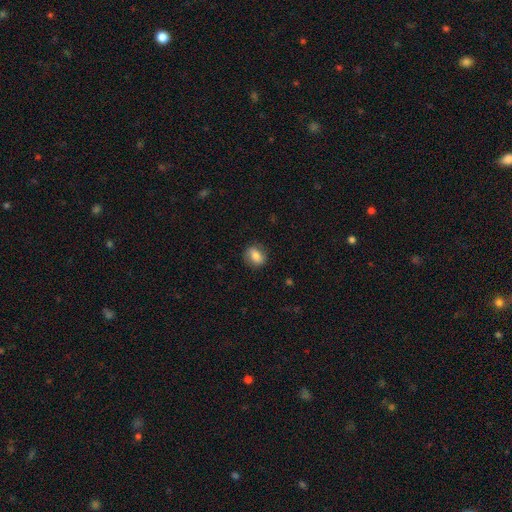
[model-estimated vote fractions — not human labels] This appears to be a smooth galaxy with no disk features (75%) that is in between round and cigar-shaped (57%). Merging: none (81%).